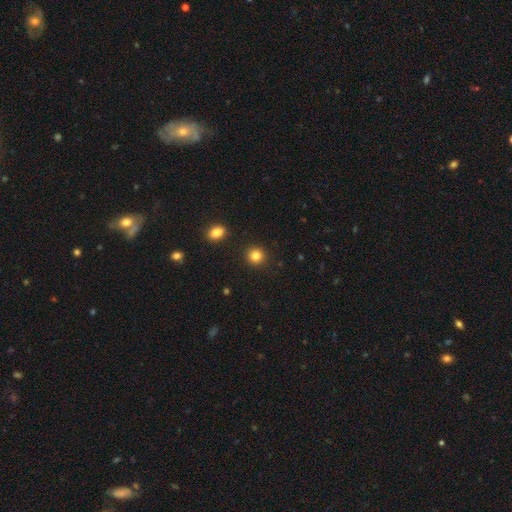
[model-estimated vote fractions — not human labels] Q: Smooth or featured?
A: smooth (84%); runner-up: star or artifact (11%)
Q: How rounded?
A: round (91%); runner-up: in between (8%)
Q: Merging?
A: none (92%); runner-up: minor disturbance (5%)